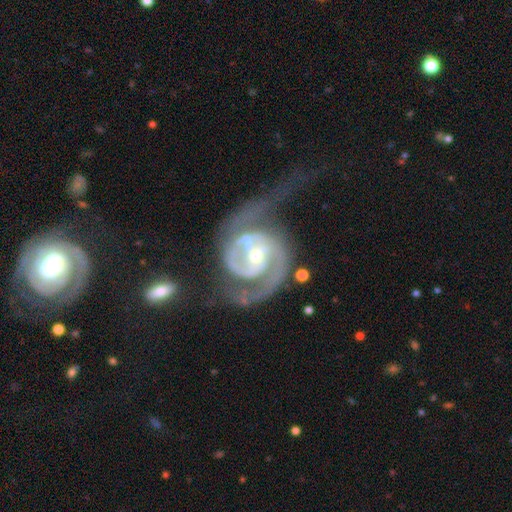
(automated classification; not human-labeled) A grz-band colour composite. It shows a featured or disk galaxy (92%) with no bar (45%), 2 (77%) medium (47%) spiral arms (97%) and a small central bulge (56%). Merging: major disturbance (38%).